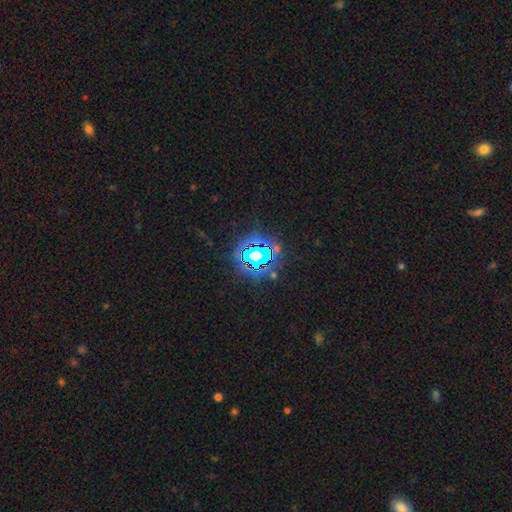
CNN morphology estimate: Smooth or featured: star or artifact — 74% (smooth — 15%)